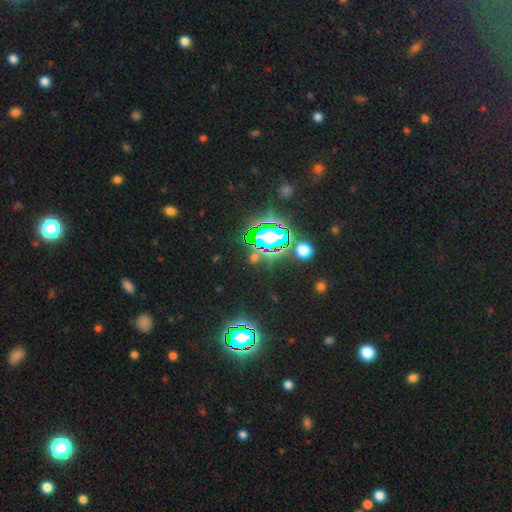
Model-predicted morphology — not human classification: smooth_or_featured: star or artifact (p=0.74) [alt: smooth p=0.16]